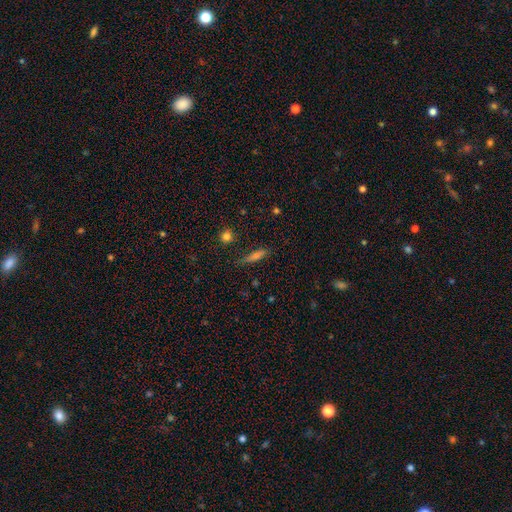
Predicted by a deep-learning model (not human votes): Smooth or featured? smooth (53%)
How rounded? cigar-shaped (81%)
Merging? none (81%)